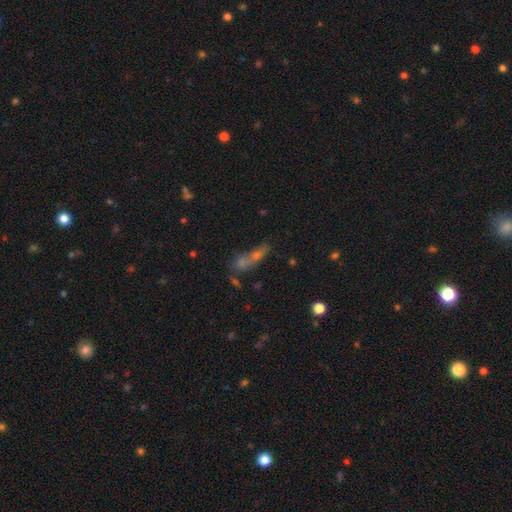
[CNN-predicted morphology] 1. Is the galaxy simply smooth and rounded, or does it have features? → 51% smooth, 27% star or artifact, 22% featured or disk.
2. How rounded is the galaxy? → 46% in between, 34% cigar-shaped, 20% round.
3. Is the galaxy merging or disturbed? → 47% merger, 35% none, 10% minor disturbance, 9% major disturbance.